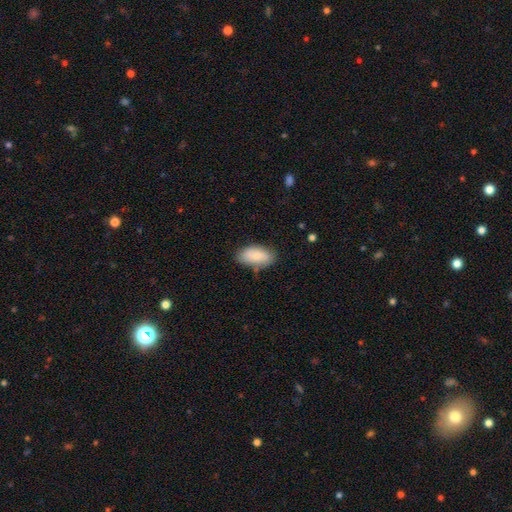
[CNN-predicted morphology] smooth_or_featured: smooth (p=0.78) [alt: featured or disk p=0.16]
how_rounded: in between (p=0.93) [alt: round p=0.03]
merging: none (p=0.73) [alt: minor disturbance p=0.21]